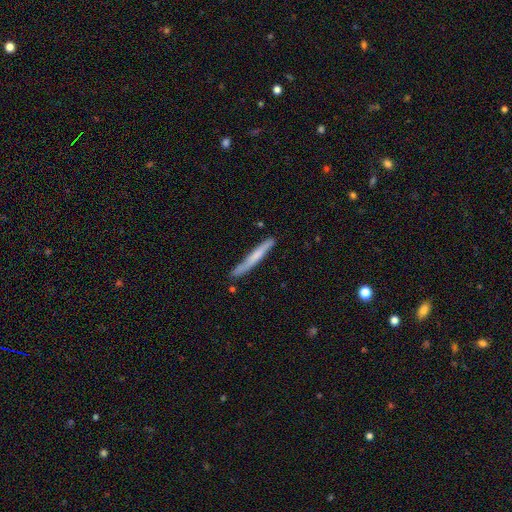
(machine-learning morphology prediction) Q: Smooth or featured?
A: smooth (57%); runner-up: featured or disk (37%)
Q: How rounded?
A: cigar-shaped (96%); runner-up: in between (3%)
Q: Merging?
A: none (77%); runner-up: minor disturbance (17%)